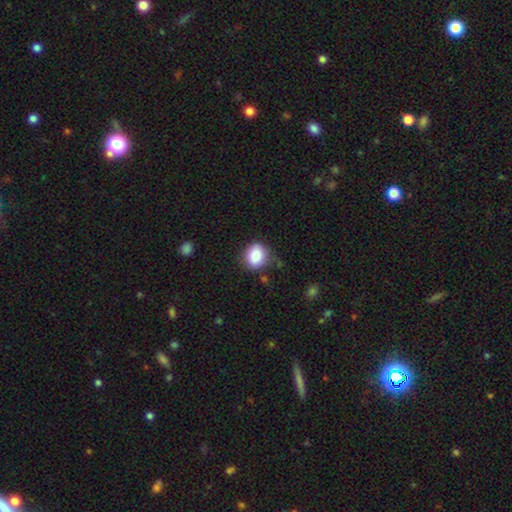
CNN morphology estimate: This is clearly a smooth galaxy (85%). How rounded: possibly round (59%). Merging: likely none (76%).